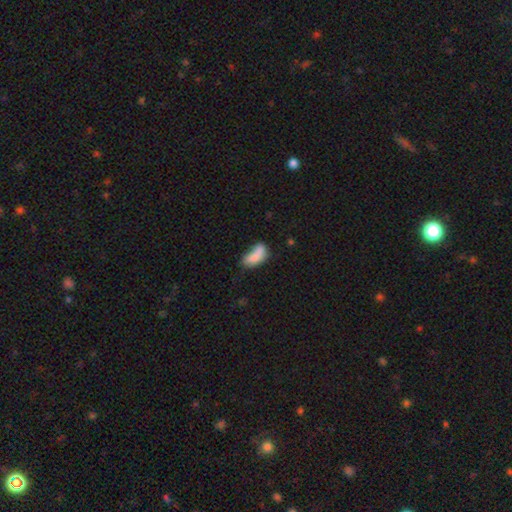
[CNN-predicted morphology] Smooth or featured: smooth — 77% (featured or disk — 14%)
How rounded: in between — 84% (cigar-shaped — 12%)
Merging: none — 34% (minor disturbance — 26%)